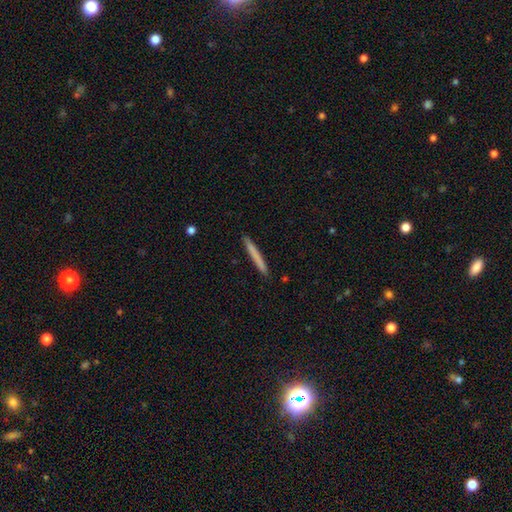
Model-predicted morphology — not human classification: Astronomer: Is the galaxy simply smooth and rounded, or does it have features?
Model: smooth — 73%.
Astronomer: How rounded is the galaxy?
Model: cigar-shaped — 97%.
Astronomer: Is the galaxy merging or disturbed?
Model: none — 92%.